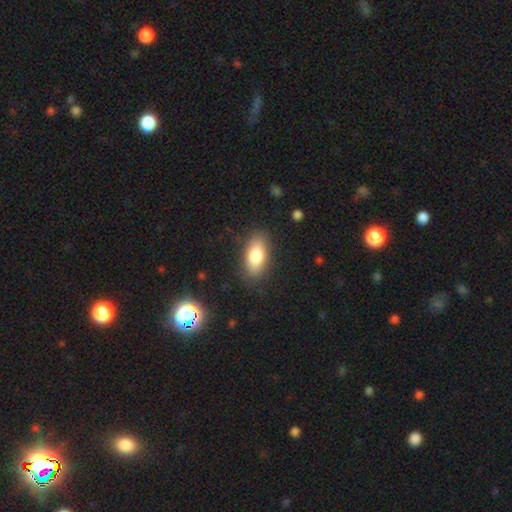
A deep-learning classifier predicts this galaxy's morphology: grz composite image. It shows a smooth galaxy with no disk features (80%) that is in between round and cigar-shaped (87%). Merging: none (85%).